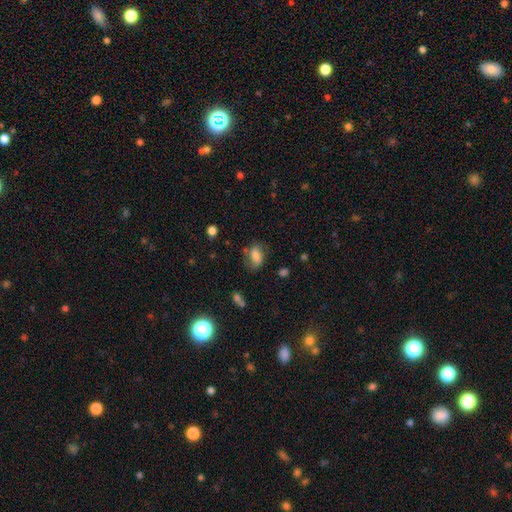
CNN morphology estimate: smooth 62%, featured or disk 27%, star or artifact 11%. Down the decision tree: how rounded — in between (81%); merging — none (56%).